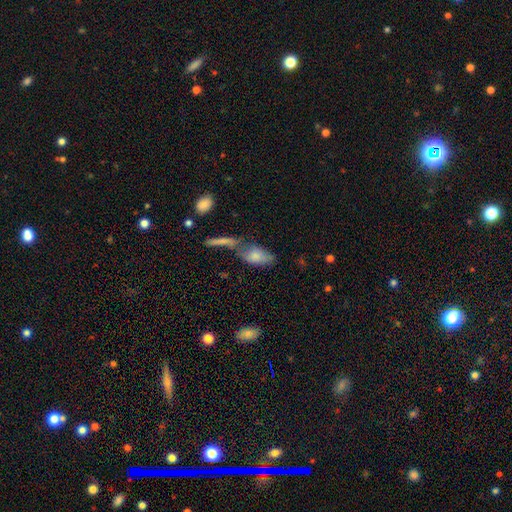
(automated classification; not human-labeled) Overall: smooth (74%). How rounded: in between (86%). Merging: merger (37%; none 35%).